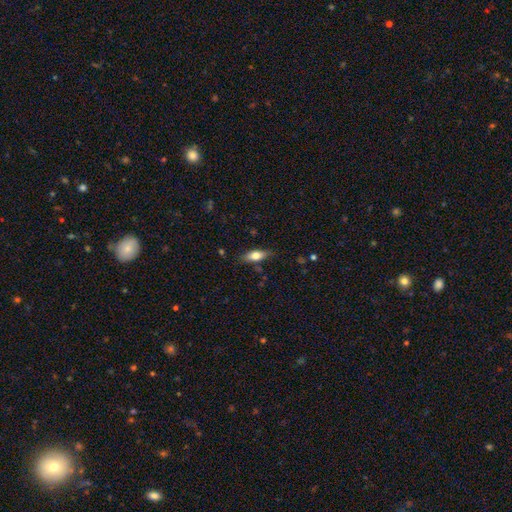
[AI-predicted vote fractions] Smooth or featured?
  - smooth: 68% *
  - featured or disk: 25%
  - star or artifact: 7%
How rounded?
  - in between: 65% *
  - cigar-shaped: 32%
  - round: 3%
Merging?
  - none: 79% *
  - minor disturbance: 16%
  - major disturbance: 3%
  - merger: 2%